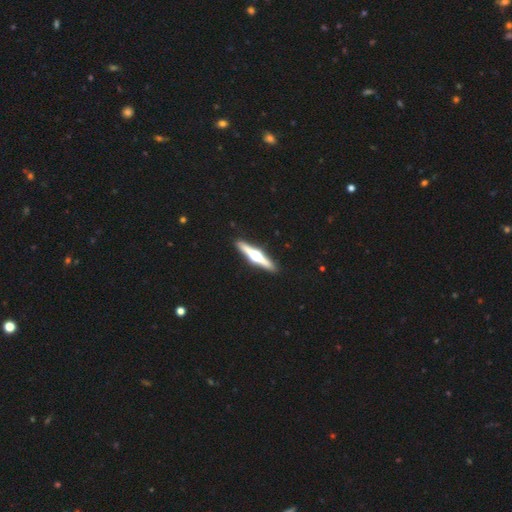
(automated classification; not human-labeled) smooth_or_featured: featured or disk (p=0.78) [alt: smooth p=0.17]
disk_edge_on: yes (p=0.98) [alt: no p=0.02]
edge_on_bulge: rounded (p=0.95) [alt: boxy p=0.03]
merging: none (p=0.92) [alt: minor disturbance p=0.05]